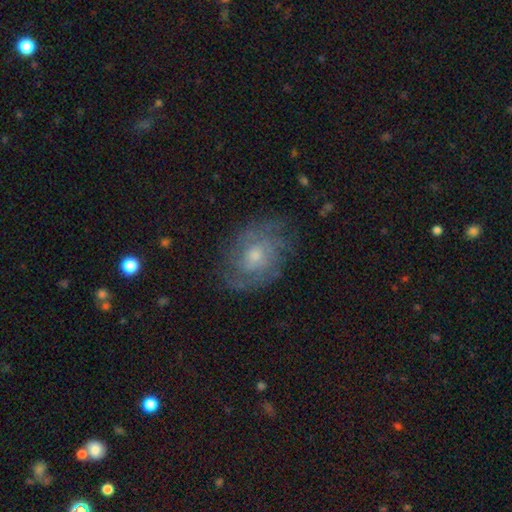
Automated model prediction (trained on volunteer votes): Smooth or featured: featured or disk — 67% (smooth — 24%)
Edge-on disk: no — 96% (yes — 4%)
Bar: no — 78% (weak — 20%)
Spiral arms: yes — 81% (no — 19%)
Spiral winding: tight — 53% (medium — 34%)
Spiral arm count: can't tell — 48% (2 — 25%)
Bulge size: small — 48% (moderate — 44%)
Merging: none — 71% (minor disturbance — 19%)